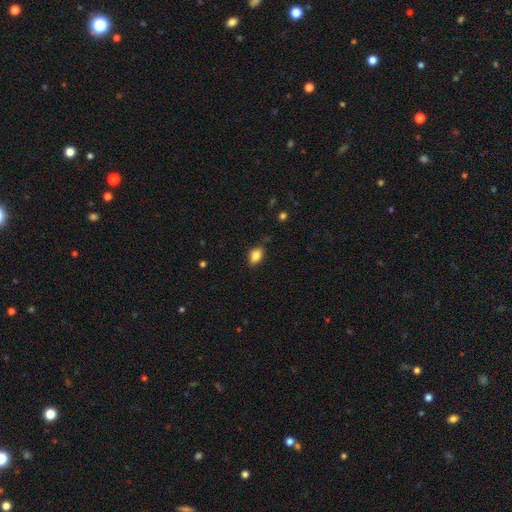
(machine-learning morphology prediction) A smooth galaxy with no disk features (83%) that is in between round and cigar-shaped (81%).

Vote fractions:
- Smooth or featured? smooth: 83% / star or artifact: 9% / featured or disk: 8%
- How rounded? in between: 81% / round: 16% / cigar-shaped: 2%
- Merging? none: 77% / minor disturbance: 18% / major disturbance: 3% / merger: 2%